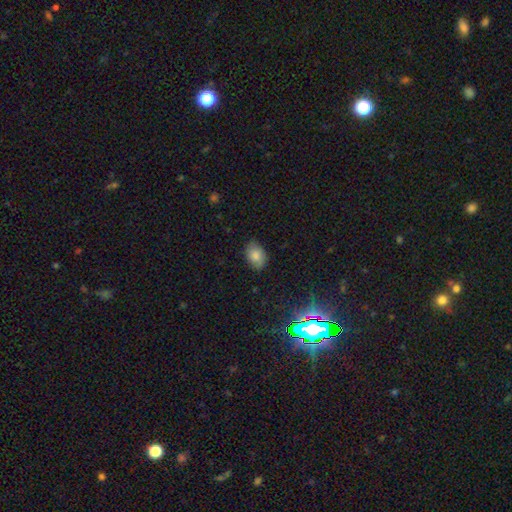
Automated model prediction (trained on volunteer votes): The model was most divided on "how rounded": in between: 81%, round: 18%, cigar-shaped: 1%. More confident: merging — none (82%); smooth or featured — smooth (82%).